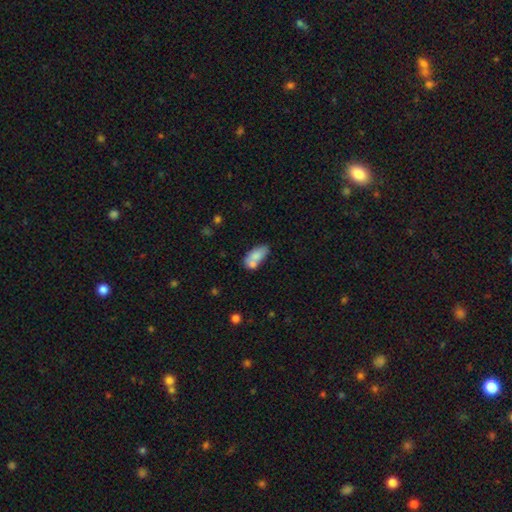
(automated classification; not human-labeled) Morphology: type=smooth (76%); roundness=in between (89%); merging=none (42%).